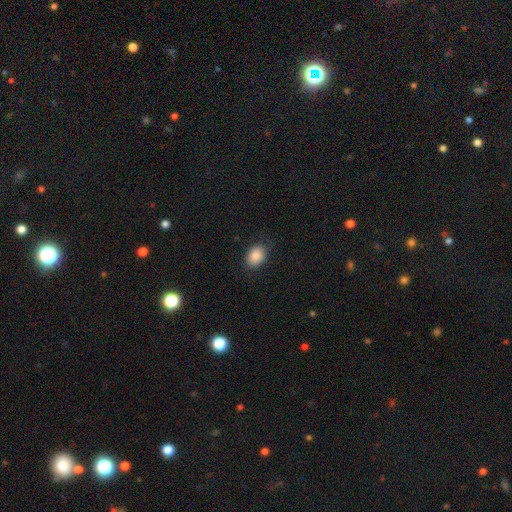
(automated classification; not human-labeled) Morphology: type=smooth (87%); roundness=in between (72%); merging=none (81%).